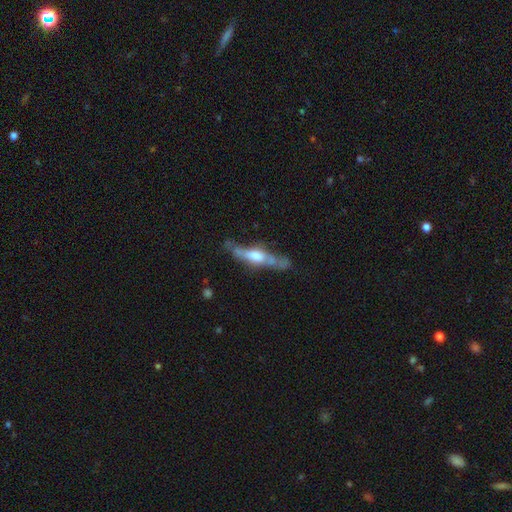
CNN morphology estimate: Smooth or featured? featured or disk (65%)
Edge-on disk? yes (76%)
Merging? none (54%)